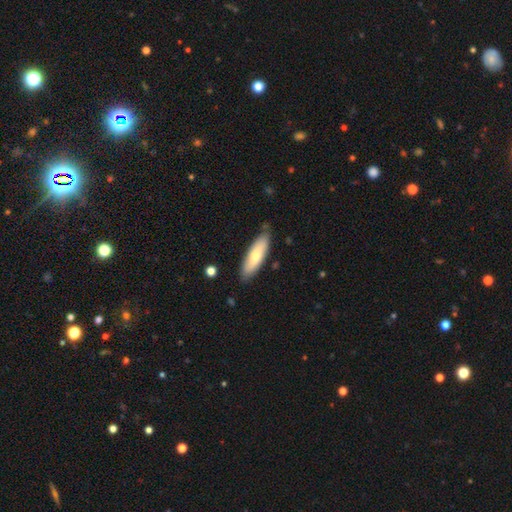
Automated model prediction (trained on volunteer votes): smooth 67%, featured or disk 27%, star or artifact 5%. Down the decision tree: how rounded — cigar-shaped (53%); merging — none (83%).